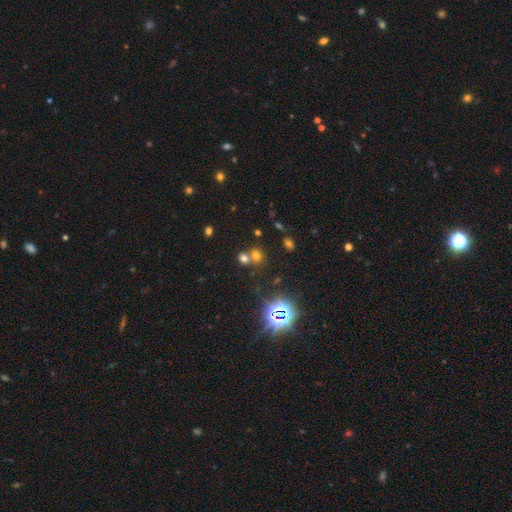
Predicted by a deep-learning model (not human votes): A smooth galaxy with no disk features (54%) that is round (77%).

Vote fractions:
- Smooth or featured? smooth: 54% / star or artifact: 36% / featured or disk: 10%
- How rounded? round: 77% / in between: 22% / cigar-shaped: 1%
- Merging? none: 51% / merger: 39% / minor disturbance: 7% / major disturbance: 3%